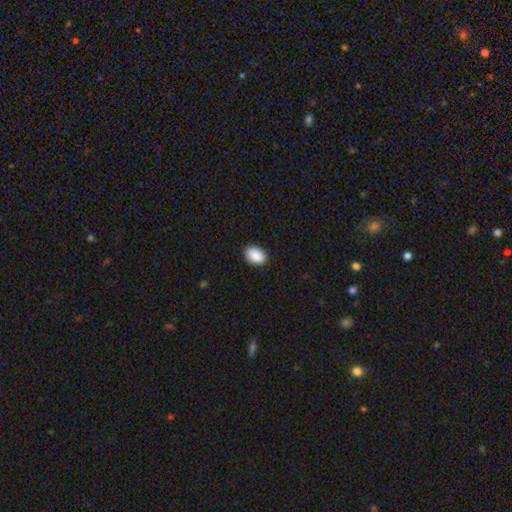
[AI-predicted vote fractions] Smooth or featured?
  - smooth: 90% *
  - star or artifact: 7%
  - featured or disk: 3%
How rounded?
  - in between: 86% *
  - round: 13%
  - cigar-shaped: 1%
Merging?
  - none: 89% *
  - minor disturbance: 8%
  - major disturbance: 2%
  - merger: 1%